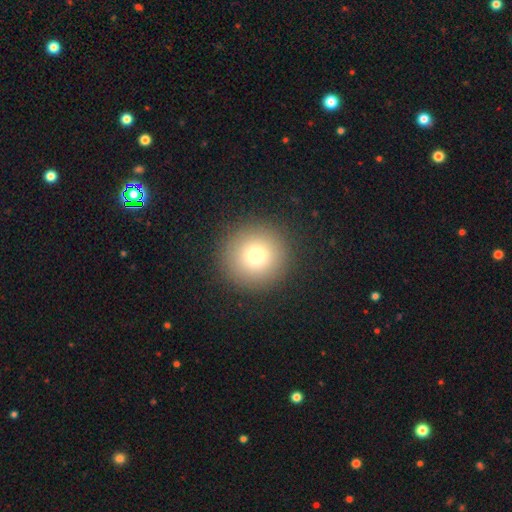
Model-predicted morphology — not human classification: smooth-or-featured: smooth: 75% | star or artifact: 15% | featured or disk: 10%
  how-rounded: round: 96% | in between: 3% | cigar-shaped: 1%
  merging: none: 91% | minor disturbance: 5% | major disturbance: 3% | merger: 1%